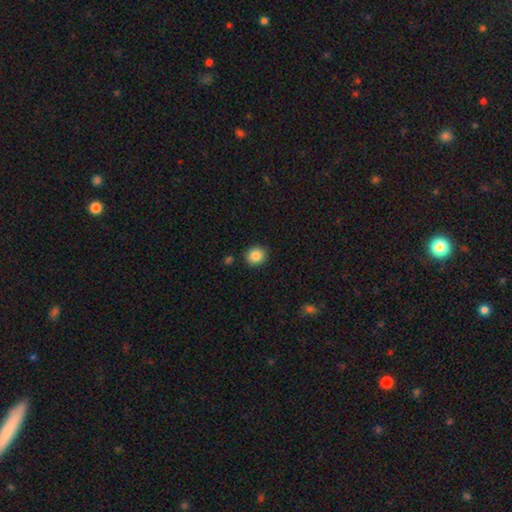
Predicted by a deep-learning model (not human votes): A smooth galaxy with no disk features (86%) that is round (81%). Merging: none (89%).